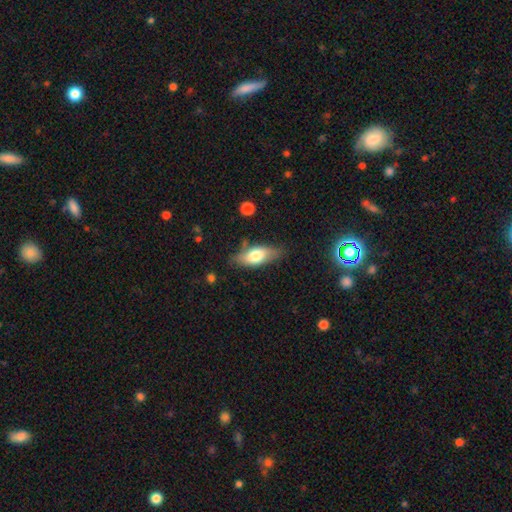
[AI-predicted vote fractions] smooth 68%, featured or disk 25%, star or artifact 6%. Down the decision tree: how rounded — in between (79%); merging — none (73%).